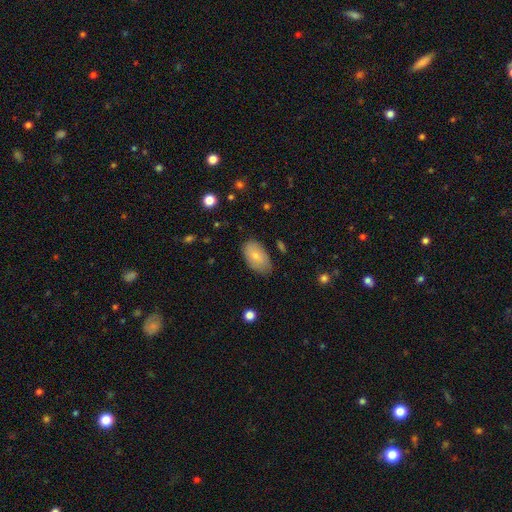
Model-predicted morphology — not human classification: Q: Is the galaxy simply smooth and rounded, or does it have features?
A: smooth — 76%.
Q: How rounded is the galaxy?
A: in between — 93%.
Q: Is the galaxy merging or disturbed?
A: none — 75%.